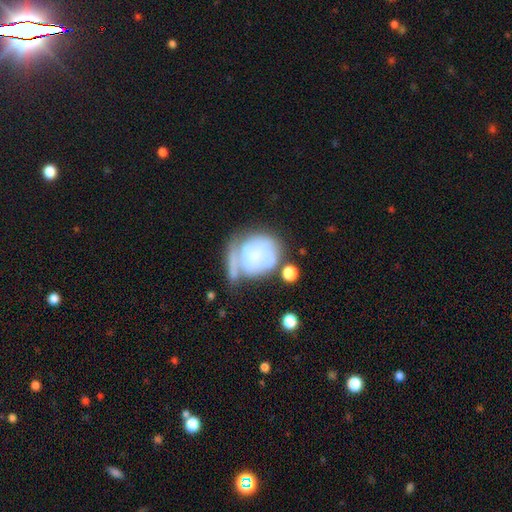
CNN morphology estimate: smooth_or_featured: featured or disk (p=0.50) [alt: smooth p=0.41]
disk_edge_on: no (p=0.97) [alt: yes p=0.03]
merging: none (p=0.30) [alt: major disturbance p=0.28]